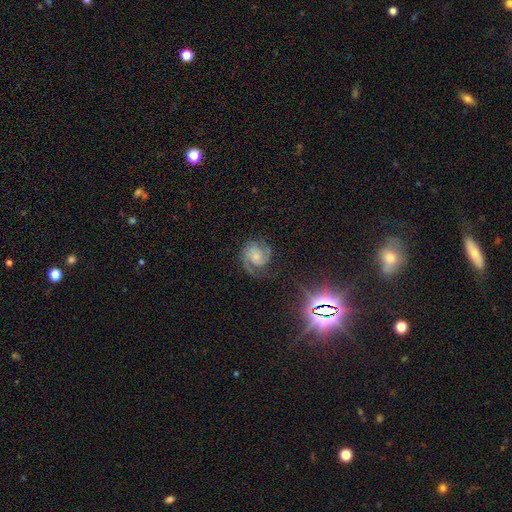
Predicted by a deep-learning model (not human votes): Smooth or featured?
  - featured or disk: 81% *
  - smooth: 11%
  - star or artifact: 8%
Edge-on disk?
  - no: 98% *
  - yes: 2%
Bar?
  - no: 65% *
  - weak: 29%
  - strong: 6%
Spiral arms?
  - yes: 97% *
  - no: 3%
Spiral winding?
  - medium: 45% *
  - tight: 43%
  - loose: 11%
Spiral arm count?
  - 2: 75% *
  - 3: 8%
  - can't tell: 7%
  - 1: 7%
  - 4: 2%
  - more than 4: 2%
Bulge size?
  - small: 48% *
  - moderate: 29%
  - none: 16%
  - large: 6%
  - dominant: 2%
Merging?
  - none: 71% *
  - minor disturbance: 17%
  - major disturbance: 10%
  - merger: 2%